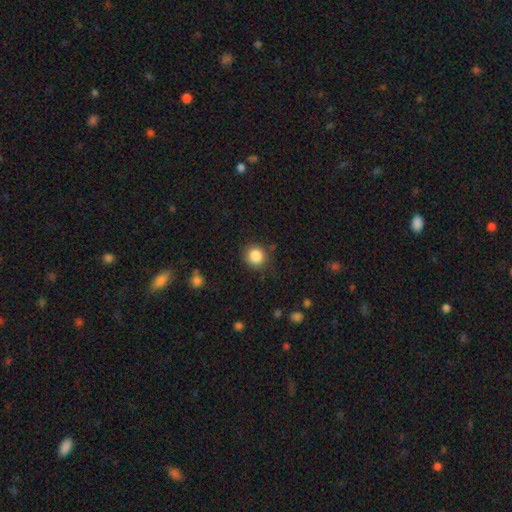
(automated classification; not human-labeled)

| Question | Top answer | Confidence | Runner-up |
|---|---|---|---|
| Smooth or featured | smooth | 86% | star or artifact (10%) |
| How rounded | round | 91% | in between (8%) |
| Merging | none | 85% | minor disturbance (10%) |